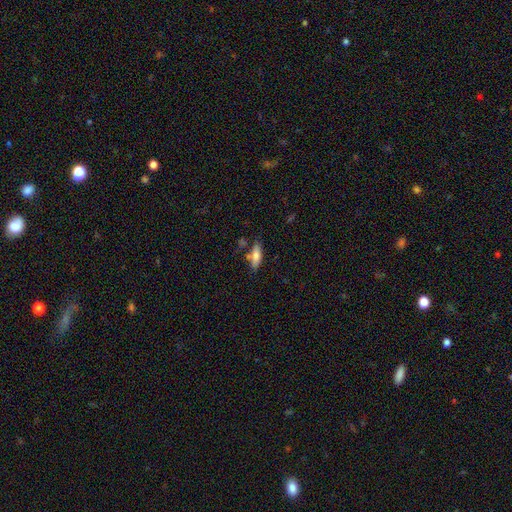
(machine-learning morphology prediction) The model was most divided on "how rounded": in between: 55%, cigar-shaped: 43%, round: 2%. More confident: smooth or featured — smooth (70%); merging — none (67%).